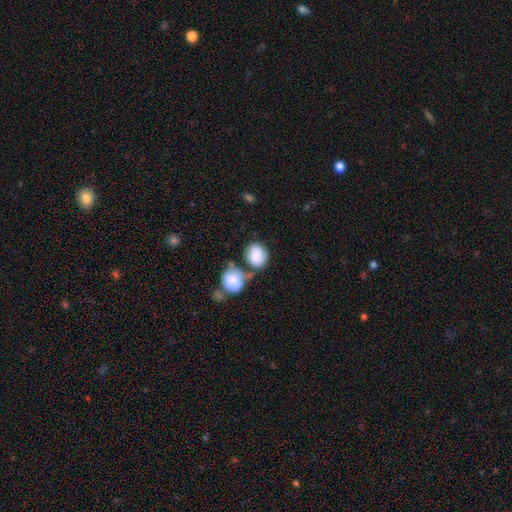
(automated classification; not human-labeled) A smooth galaxy with no disk features (79%) that is round (61%). Merging: none (40%).